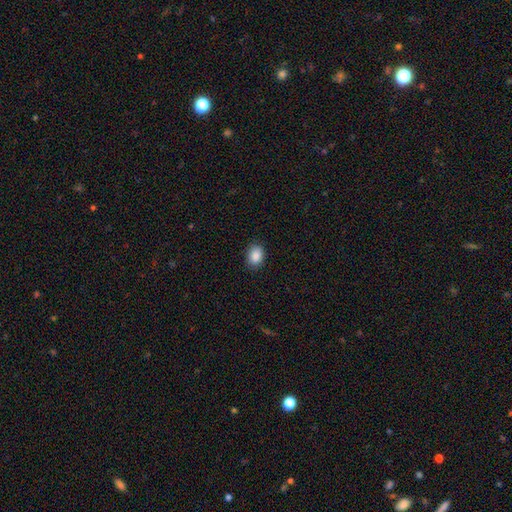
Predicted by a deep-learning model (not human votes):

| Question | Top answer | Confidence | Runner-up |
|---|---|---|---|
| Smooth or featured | smooth | 89% | star or artifact (8%) |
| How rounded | in between | 72% | round (27%) |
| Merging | none | 86% | minor disturbance (10%) |